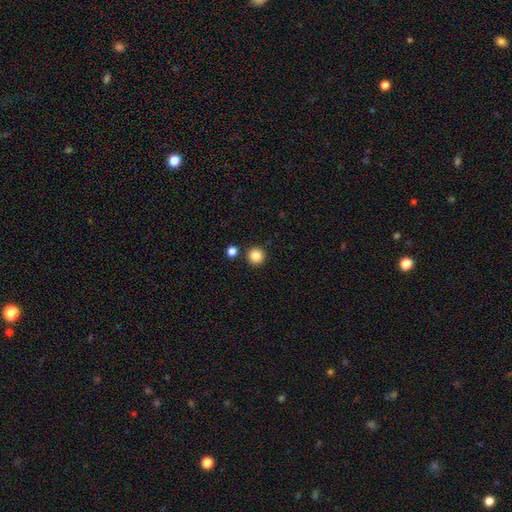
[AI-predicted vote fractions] This is clearly a smooth galaxy (86%). How rounded: clearly round (95%). Merging: clearly none (89%).